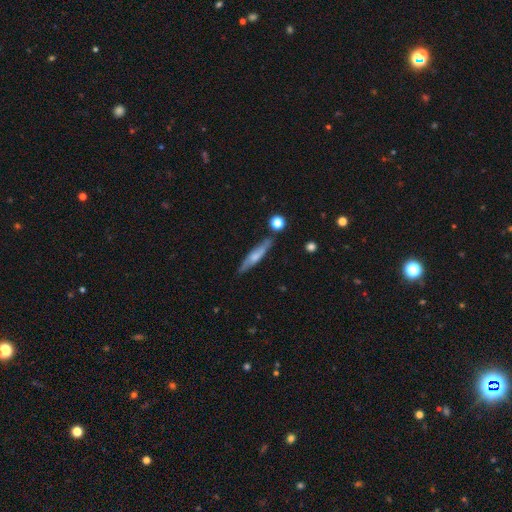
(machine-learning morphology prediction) Smooth or featured? smooth (49%)
Merging? none (78%)